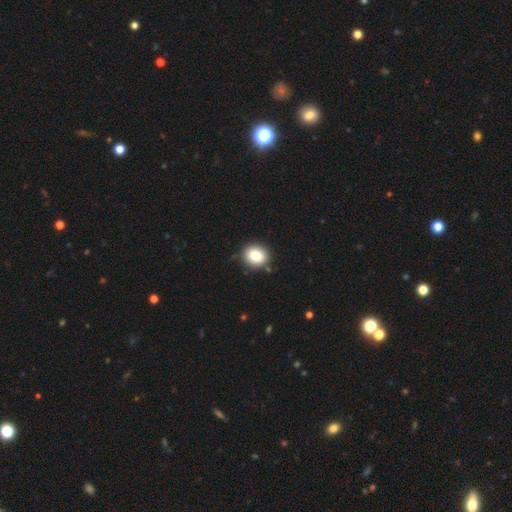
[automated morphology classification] Overall: smooth (82%). How rounded: round (63%; in between 36%). Merging: none (86%).